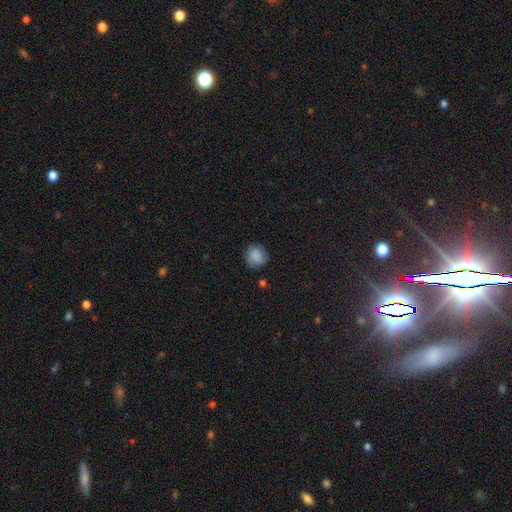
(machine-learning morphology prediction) Q: Smooth or featured?
A: smooth (82%); runner-up: featured or disk (9%)
Q: How rounded?
A: round (85%); runner-up: in between (14%)
Q: Merging?
A: none (76%); runner-up: minor disturbance (17%)